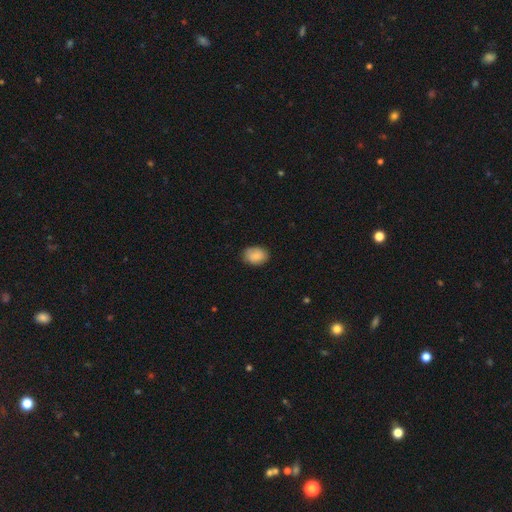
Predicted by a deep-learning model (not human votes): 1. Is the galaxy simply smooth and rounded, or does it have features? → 88% smooth, 7% star or artifact, 6% featured or disk.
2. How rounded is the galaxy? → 74% in between, 24% round, 1% cigar-shaped.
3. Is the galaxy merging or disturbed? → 84% none, 12% minor disturbance, 2% major disturbance, 1% merger.